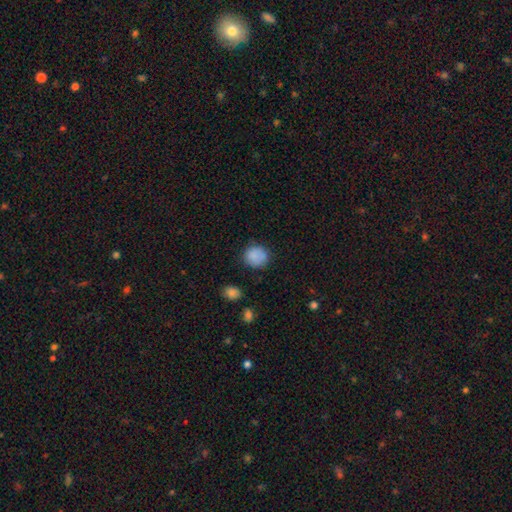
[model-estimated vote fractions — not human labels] Smooth or featured? Predicted: smooth (p=0.87). How rounded? Predicted: round (p=0.84). Merging? Predicted: none (p=0.81).